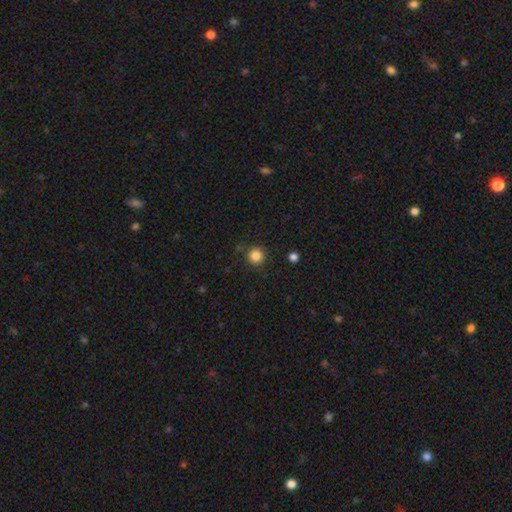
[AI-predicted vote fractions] This is clearly a smooth galaxy (85%). How rounded: clearly round (94%). Merging: clearly none (87%).